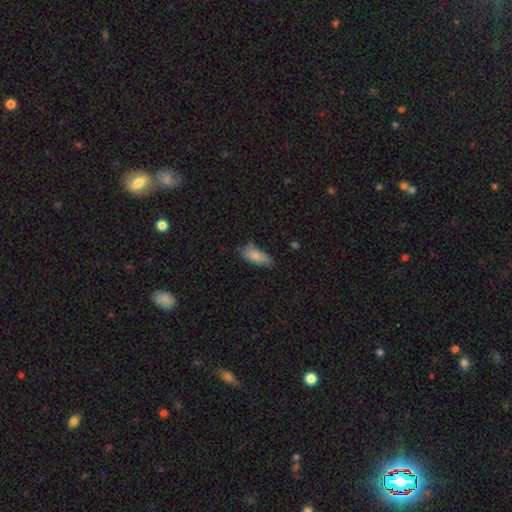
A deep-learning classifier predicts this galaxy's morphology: Smooth or featured? smooth (82%)
How rounded? in between (85%)
Merging? none (57%)